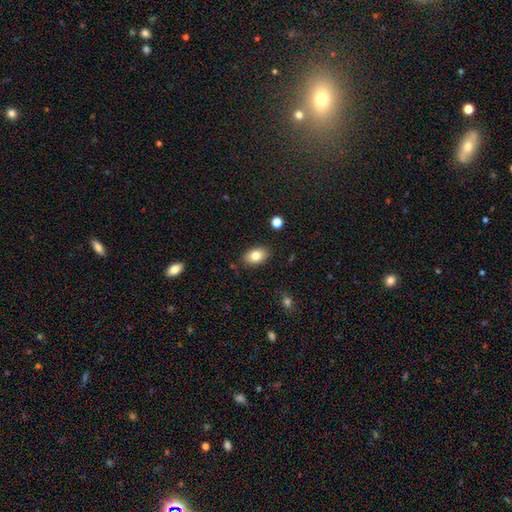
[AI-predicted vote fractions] Overall: smooth (81%). How rounded: in between (89%). Merging: none (86%).